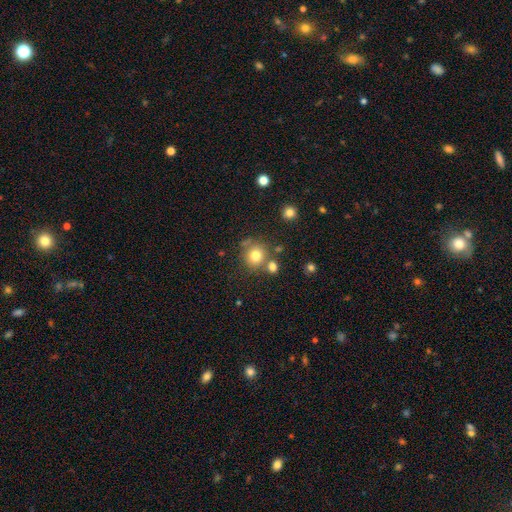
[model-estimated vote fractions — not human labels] Morphology: type=smooth (77%); roundness=round (89%); merging=none (71%).